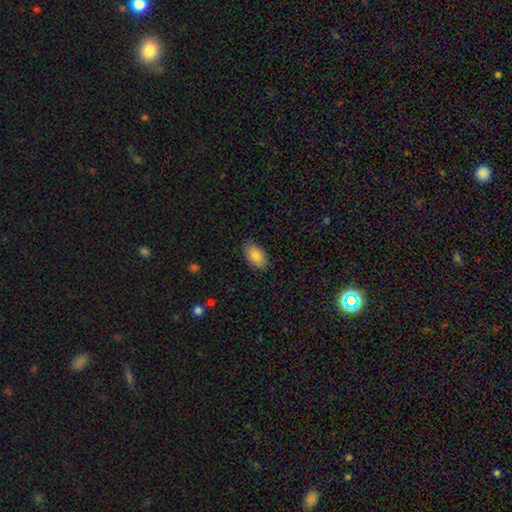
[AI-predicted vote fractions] Smooth or featured: smooth — 87% (star or artifact — 7%)
How rounded: in between — 93% (round — 5%)
Merging: none — 84% (minor disturbance — 12%)